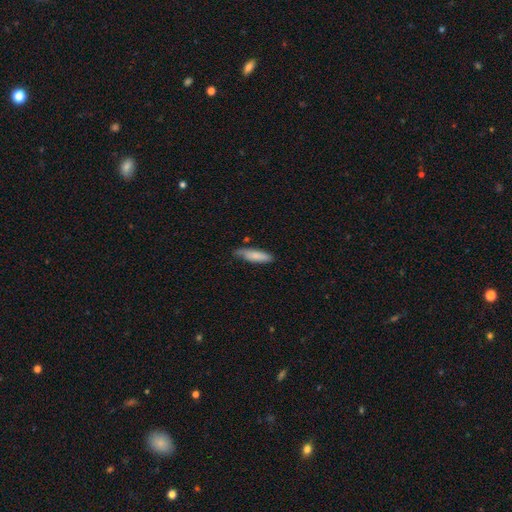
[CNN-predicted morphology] Smooth or featured? Predicted: smooth (p=0.81). How rounded? Predicted: cigar-shaped (p=0.67). Merging? Predicted: none (p=0.63).